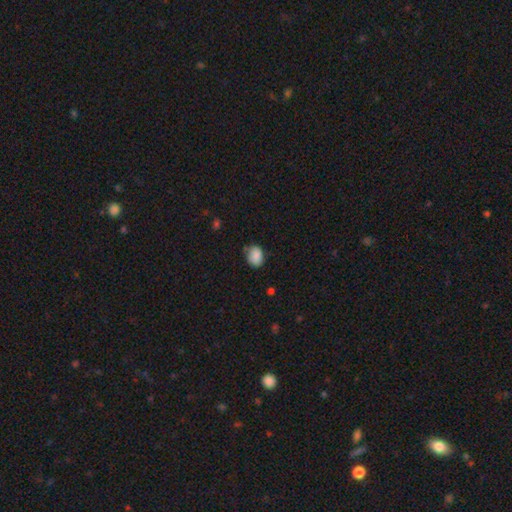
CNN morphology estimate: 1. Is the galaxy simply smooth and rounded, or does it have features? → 86% smooth, 8% star or artifact, 6% featured or disk.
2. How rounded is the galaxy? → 65% in between, 34% round, 1% cigar-shaped.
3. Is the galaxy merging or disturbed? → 72% none, 22% minor disturbance, 4% major disturbance, 2% merger.